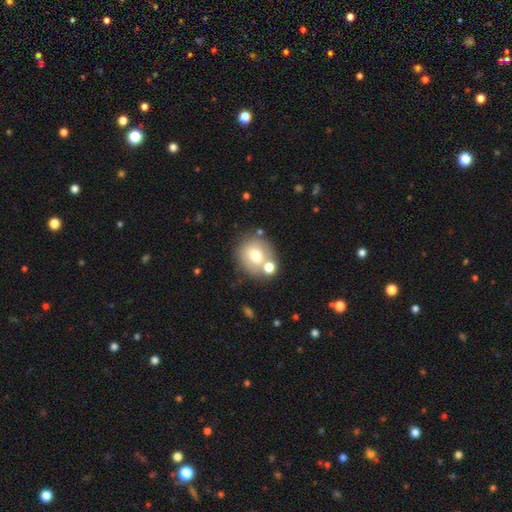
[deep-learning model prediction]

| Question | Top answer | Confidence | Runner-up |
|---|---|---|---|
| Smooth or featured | smooth | 68% | featured or disk (22%) |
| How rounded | round | 76% | in between (23%) |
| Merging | none | 62% | merger (20%) |